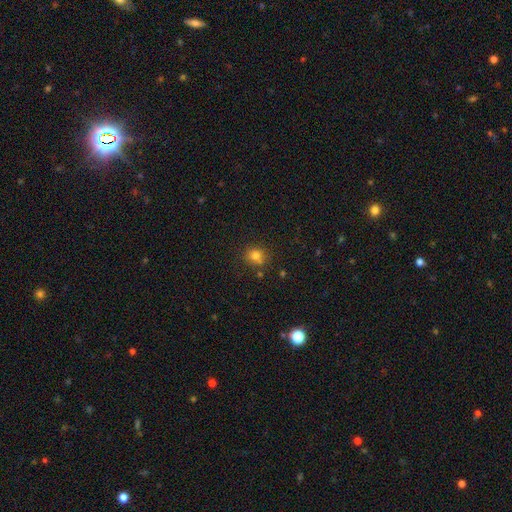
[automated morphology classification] Overall: smooth (76%). How rounded: round (75%). Merging: none (72%).